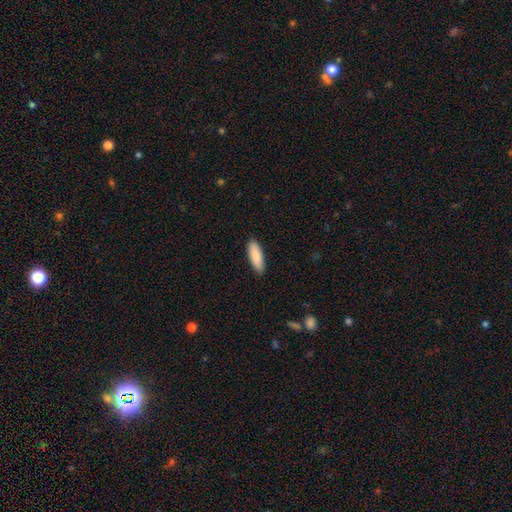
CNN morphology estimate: Smooth or featured? smooth (89%)
How rounded? in between (61%)
Merging? none (90%)